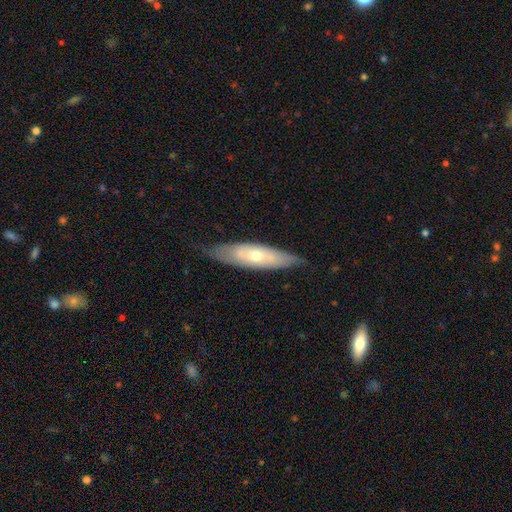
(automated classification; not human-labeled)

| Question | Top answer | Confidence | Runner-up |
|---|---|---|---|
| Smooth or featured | featured or disk | 51% | smooth (43%) |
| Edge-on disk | no | 55% | yes (45%) |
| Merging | none | 74% | minor disturbance (20%) |